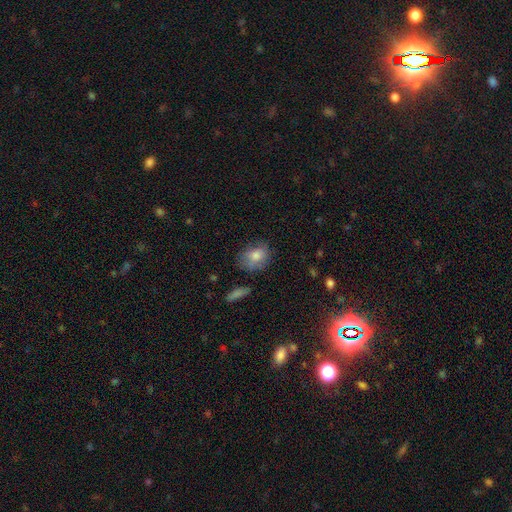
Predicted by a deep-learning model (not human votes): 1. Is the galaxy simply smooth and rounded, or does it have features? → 74% smooth, 16% featured or disk, 10% star or artifact.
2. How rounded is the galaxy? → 63% in between, 35% round, 2% cigar-shaped.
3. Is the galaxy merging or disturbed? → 61% none, 27% minor disturbance, 10% major disturbance, 3% merger.